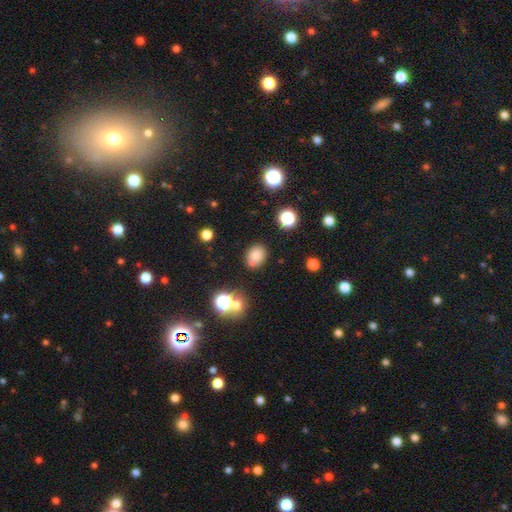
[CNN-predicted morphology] Smooth or featured? smooth (79%)
How rounded? in between (59%)
Merging? none (74%)